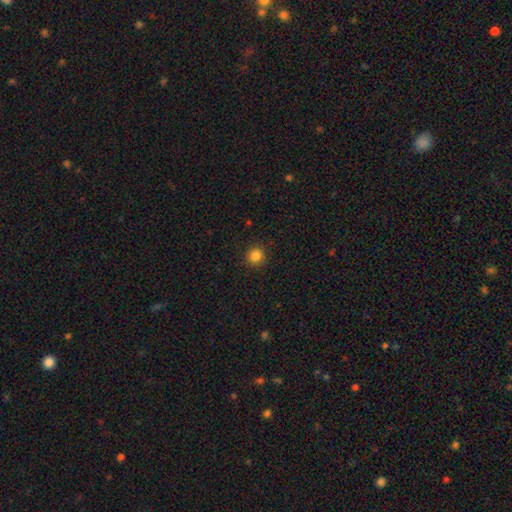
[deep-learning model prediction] Smooth or featured? smooth (84%)
How rounded? round (90%)
Merging? none (91%)